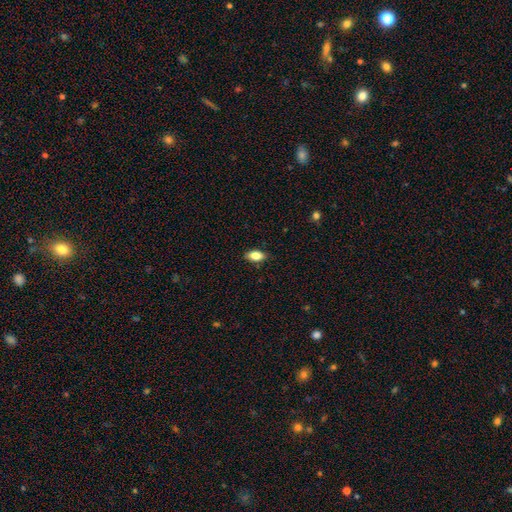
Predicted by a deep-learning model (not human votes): Overall: smooth (81%). How rounded: in between (90%). Merging: none (87%).